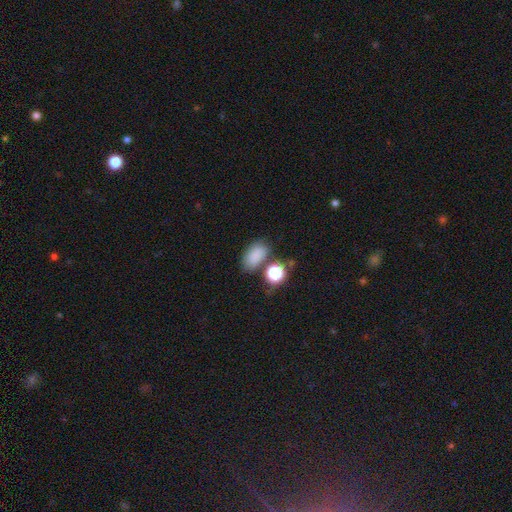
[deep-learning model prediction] Smooth or featured?
  - smooth: 80% *
  - star or artifact: 13%
  - featured or disk: 7%
How rounded?
  - in between: 86% *
  - round: 12%
  - cigar-shaped: 2%
Merging?
  - none: 69% *
  - minor disturbance: 14%
  - merger: 12%
  - major disturbance: 5%